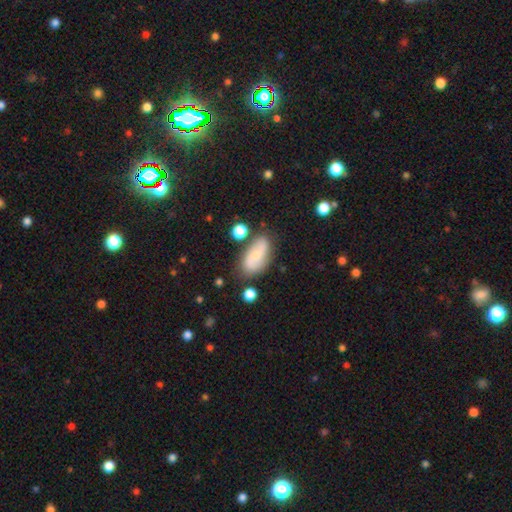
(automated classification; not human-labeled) Smooth or featured? Predicted: featured or disk (p=0.49). Merging? Predicted: none (p=0.73).